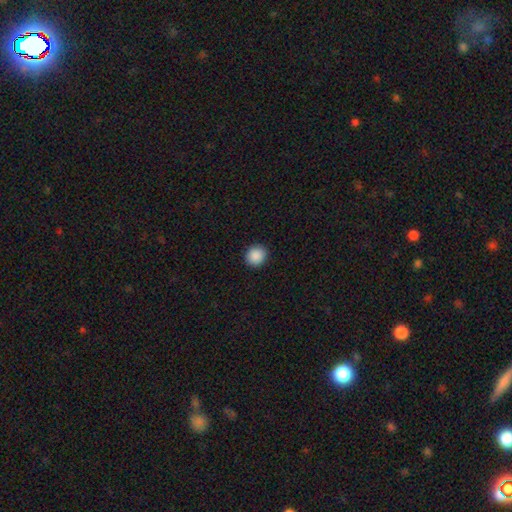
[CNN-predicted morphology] Smooth or featured: smooth — 90% (star or artifact — 8%)
How rounded: round — 91% (in between — 8%)
Merging: none — 92% (minor disturbance — 5%)